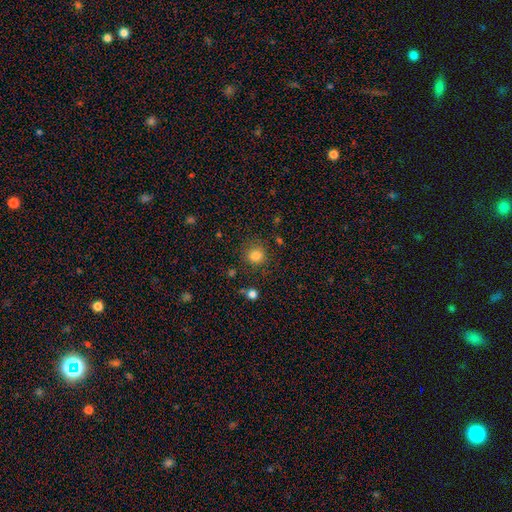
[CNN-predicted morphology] Smooth or featured? Predicted: smooth (p=0.83). How rounded? Predicted: round (p=0.91). Merging? Predicted: none (p=0.84).